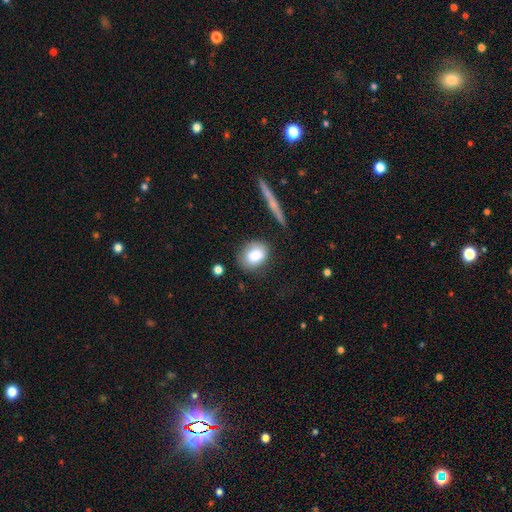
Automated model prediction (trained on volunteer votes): Smooth or featured: smooth — 80% (featured or disk — 12%)
How rounded: in between — 50% (round — 48%)
Merging: none — 74% (minor disturbance — 17%)